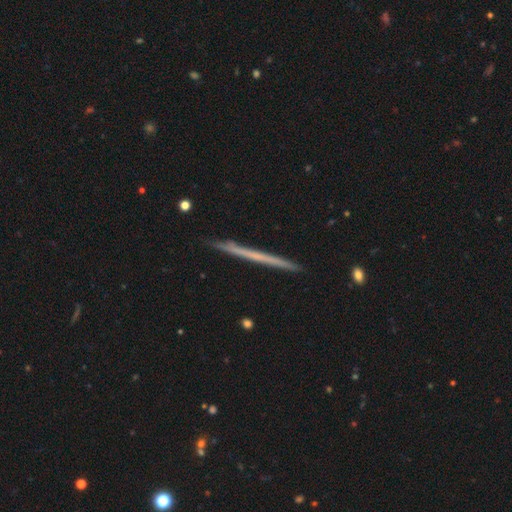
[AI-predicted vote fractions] smooth_or_featured: featured or disk (p=0.53) [alt: smooth p=0.41]
disk_edge_on: yes (p=0.98) [alt: no p=0.02]
edge_on_bulge: none (p=0.91) [alt: rounded p=0.06]
merging: none (p=0.92) [alt: minor disturbance p=0.06]